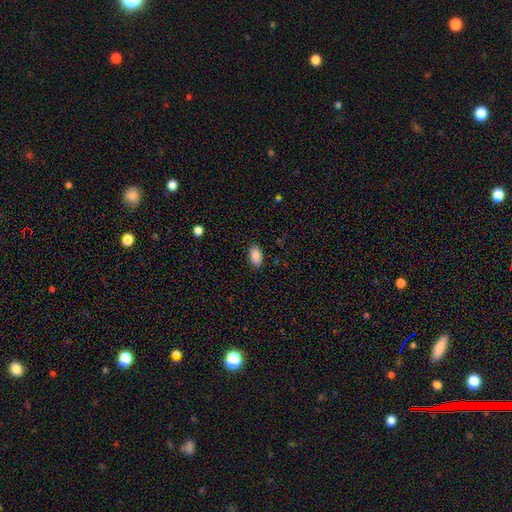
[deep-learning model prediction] Smooth or featured: smooth — 89% (star or artifact — 8%)
How rounded: in between — 93% (round — 5%)
Merging: none — 88% (minor disturbance — 9%)